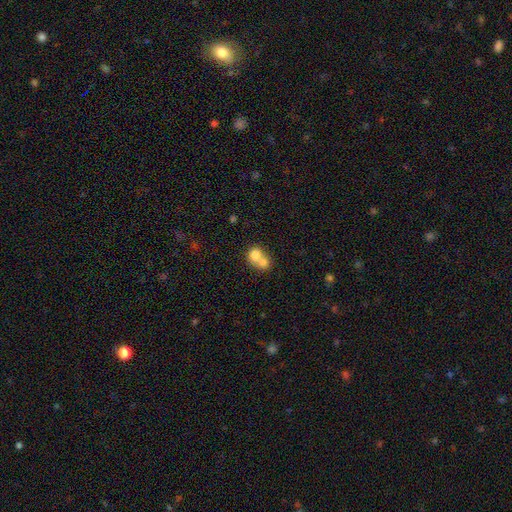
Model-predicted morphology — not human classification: Q: Smooth or featured?
A: smooth (74%); runner-up: featured or disk (17%)
Q: How rounded?
A: round (65%); runner-up: in between (34%)
Q: Merging?
A: merger (71%); runner-up: none (22%)